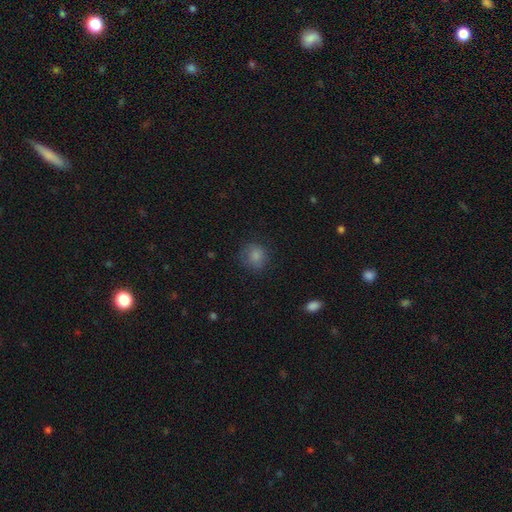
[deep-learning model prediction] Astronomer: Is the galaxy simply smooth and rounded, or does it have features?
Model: smooth — 84%.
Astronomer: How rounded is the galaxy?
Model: round — 85%.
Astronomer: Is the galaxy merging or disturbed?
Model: none — 76%.